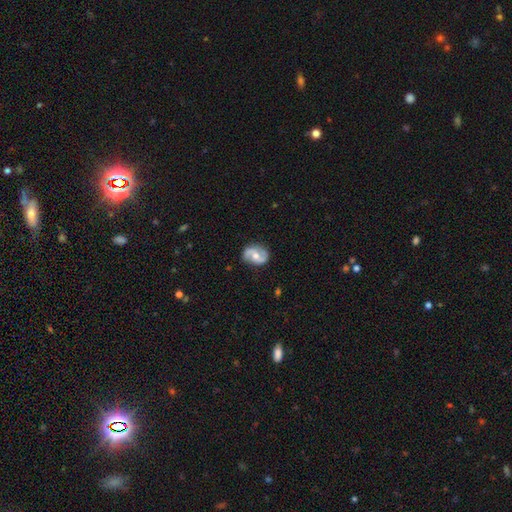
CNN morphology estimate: Smooth or featured?
  - featured or disk: 80% *
  - smooth: 14%
  - star or artifact: 6%
Edge-on disk?
  - no: 98% *
  - yes: 2%
Bar?
  - no: 45% *
  - weak: 39%
  - strong: 15%
Spiral arms?
  - yes: 93% *
  - no: 7%
Spiral winding?
  - loose: 42% *
  - medium: 41%
  - tight: 16%
Spiral arm count?
  - 2: 91% *
  - can't tell: 3%
  - 1: 2%
  - 3: 1%
  - 4: 1%
  - more than 4: 1%
Bulge size?
  - moderate: 71% *
  - small: 24%
  - large: 3%
  - none: 1%
  - dominant: 1%
Merging?
  - none: 79% *
  - minor disturbance: 15%
  - major disturbance: 4%
  - merger: 1%